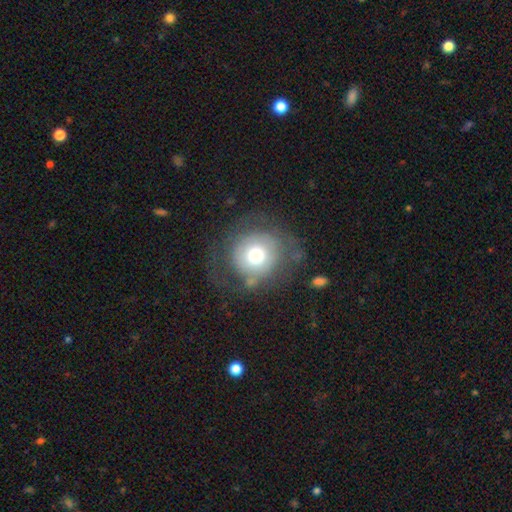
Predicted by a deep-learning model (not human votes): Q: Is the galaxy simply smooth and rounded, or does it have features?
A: smooth — 56%.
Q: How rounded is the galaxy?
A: round — 90%.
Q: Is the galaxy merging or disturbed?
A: none — 56%.